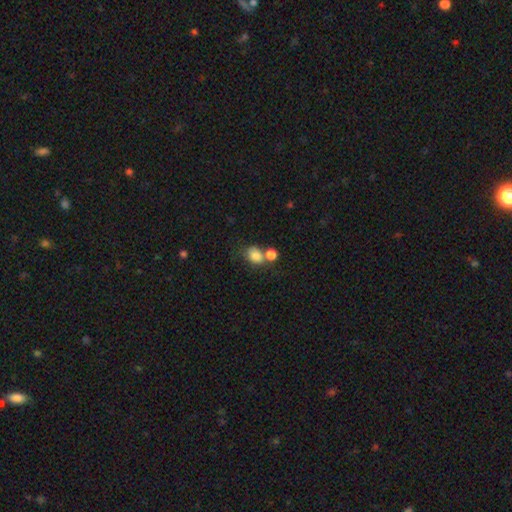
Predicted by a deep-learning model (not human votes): smooth-or-featured: smooth: 82% | star or artifact: 10% | featured or disk: 8%
  how-rounded: in between: 52% | round: 47% | cigar-shaped: 1%
  merging: none: 42% | merger: 38% | minor disturbance: 13% | major disturbance: 6%